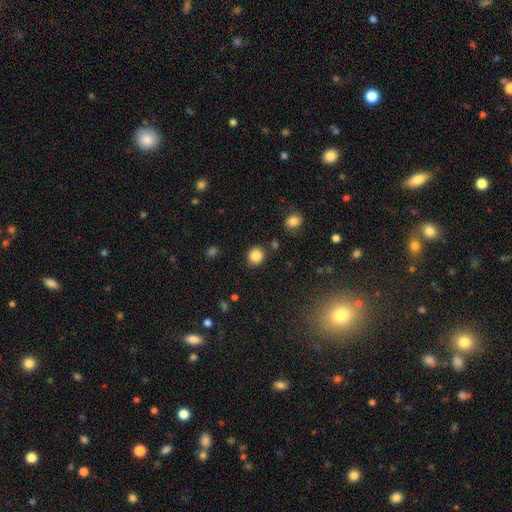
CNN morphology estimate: Q: Smooth or featured?
A: smooth (86%); runner-up: star or artifact (10%)
Q: How rounded?
A: round (83%); runner-up: in between (16%)
Q: Merging?
A: none (87%); runner-up: minor disturbance (8%)